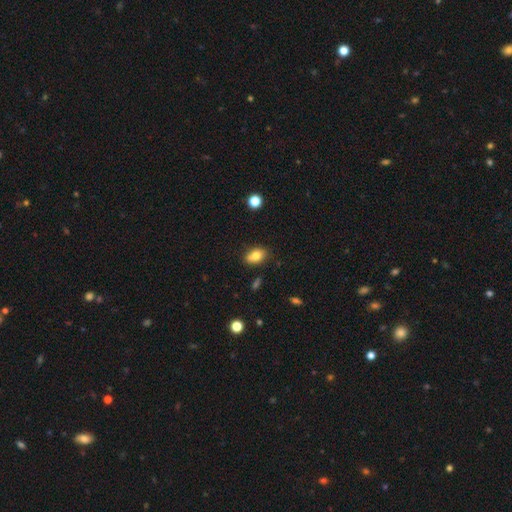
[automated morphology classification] smooth-or-featured: smooth: 79% | featured or disk: 12% | star or artifact: 9%
  how-rounded: in between: 83% | round: 15% | cigar-shaped: 2%
  merging: none: 77% | minor disturbance: 16% | merger: 5% | major disturbance: 3%